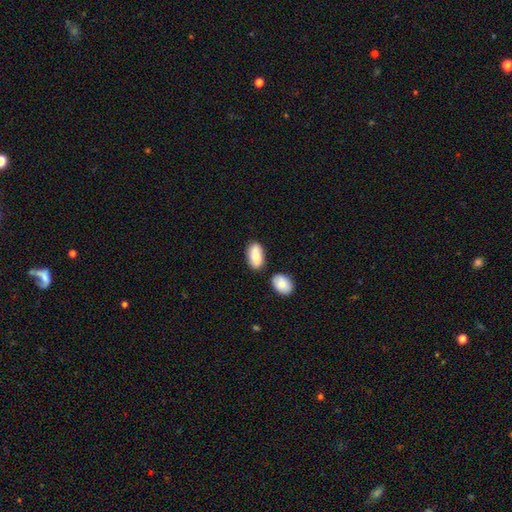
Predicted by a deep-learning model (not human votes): Overall: smooth (81%). How rounded: in between (93%). Merging: none (68%).